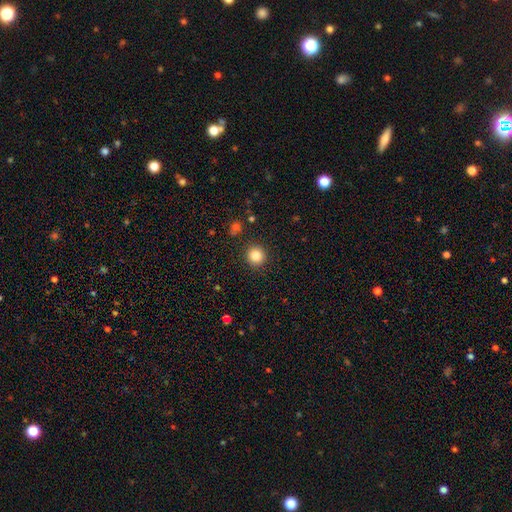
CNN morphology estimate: Q: Smooth or featured?
A: smooth (83%); runner-up: star or artifact (11%)
Q: How rounded?
A: round (93%); runner-up: in between (7%)
Q: Merging?
A: none (91%); runner-up: minor disturbance (6%)